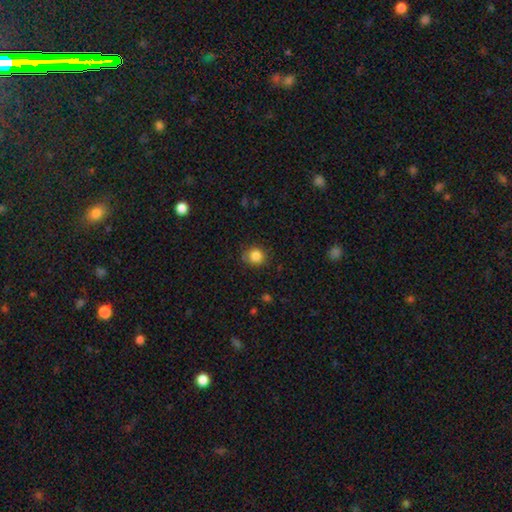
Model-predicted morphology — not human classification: Overall: smooth (85%). How rounded: round (85%). Merging: none (80%).